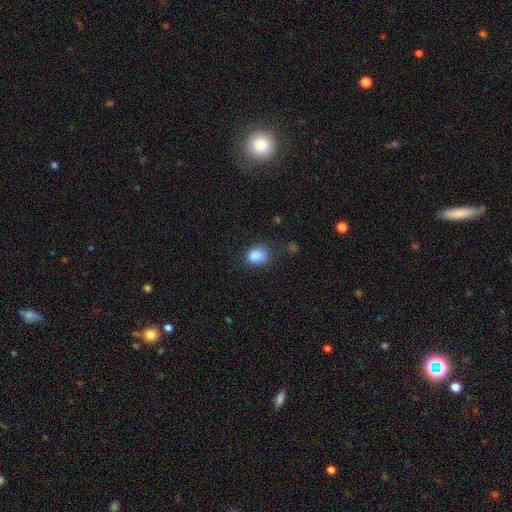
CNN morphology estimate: smooth-or-featured: smooth: 86% | star or artifact: 9% | featured or disk: 5%
  how-rounded: round: 56% | in between: 44% | cigar-shaped: 1%
  merging: none: 64% | minor disturbance: 25% | major disturbance: 8% | merger: 3%